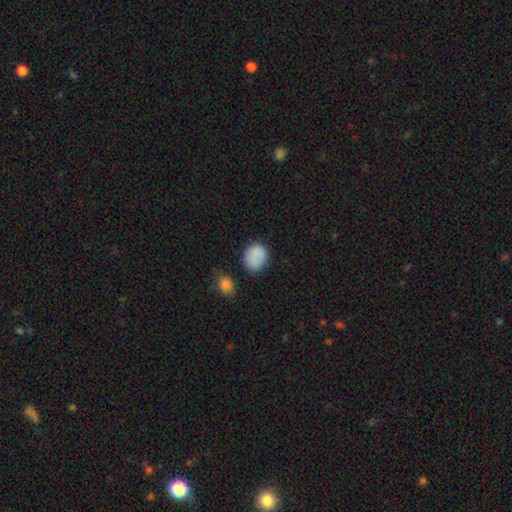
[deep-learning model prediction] Smooth or featured?
  - smooth: 86% *
  - star or artifact: 9%
  - featured or disk: 5%
How rounded?
  - round: 66% *
  - in between: 33%
  - cigar-shaped: 1%
Merging?
  - none: 73% *
  - minor disturbance: 18%
  - major disturbance: 5%
  - merger: 4%